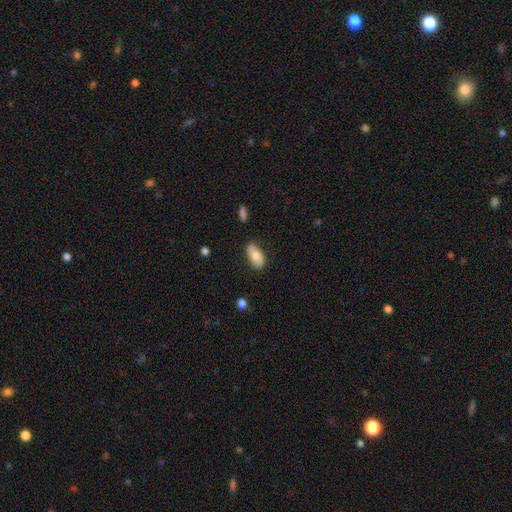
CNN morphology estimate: smooth-or-featured: smooth: 74% | featured or disk: 19% | star or artifact: 7%
  how-rounded: in between: 93% | cigar-shaped: 4% | round: 3%
  merging: none: 71% | minor disturbance: 23% | major disturbance: 4% | merger: 3%